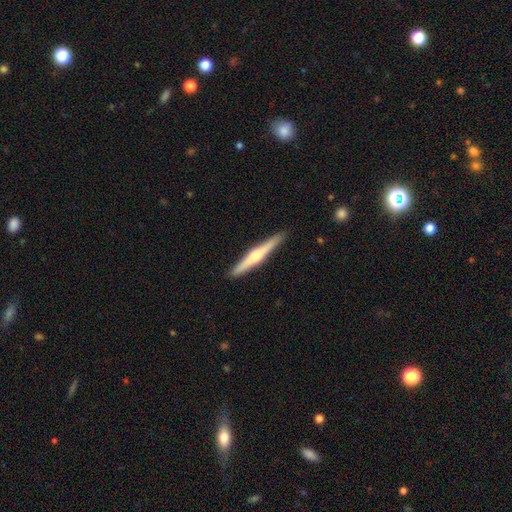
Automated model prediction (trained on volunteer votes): Smooth or featured? featured or disk (60%)
Edge-on disk? yes (98%)
Edge-on bulge? rounded (79%)
Merging? none (91%)